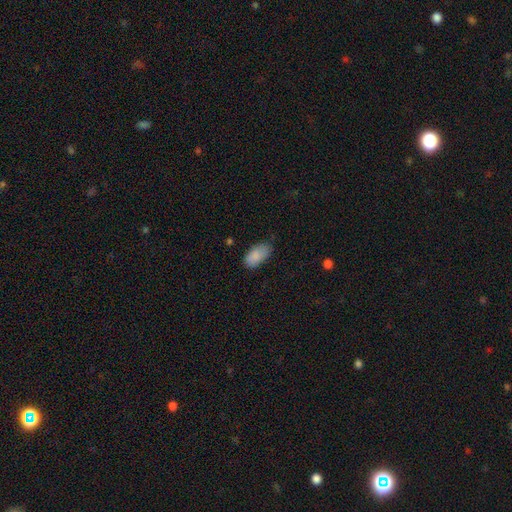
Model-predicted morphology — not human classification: Smooth or featured: smooth — 87% (featured or disk — 7%)
How rounded: in between — 94% (round — 3%)
Merging: none — 68% (minor disturbance — 26%)